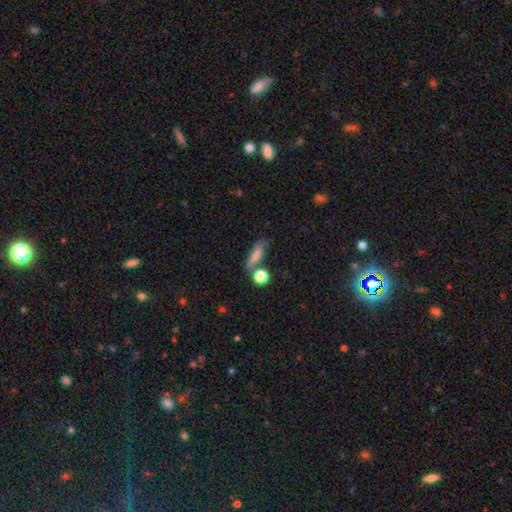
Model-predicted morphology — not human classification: Smooth or featured? smooth (76%)
How rounded? in between (44%)
Merging? none (54%)